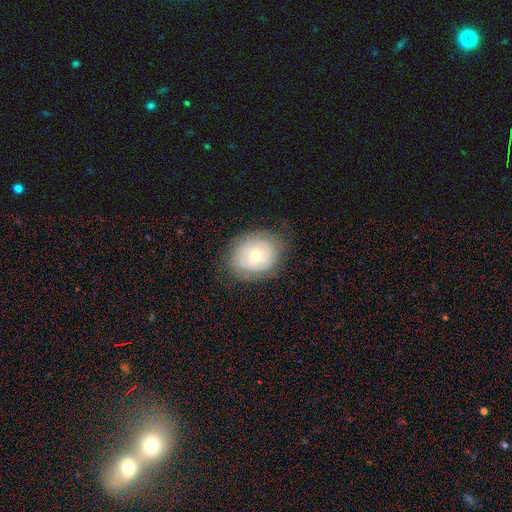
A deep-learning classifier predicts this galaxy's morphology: featured or disk 51%, smooth 41%, star or artifact 8%. Down the decision tree: edge-on disk — no (96%); merging — none (76%).